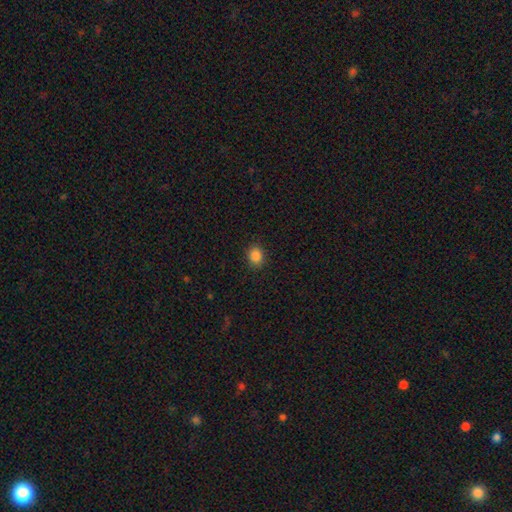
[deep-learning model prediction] Smooth or featured? smooth (86%)
How rounded? round (56%)
Merging? none (89%)